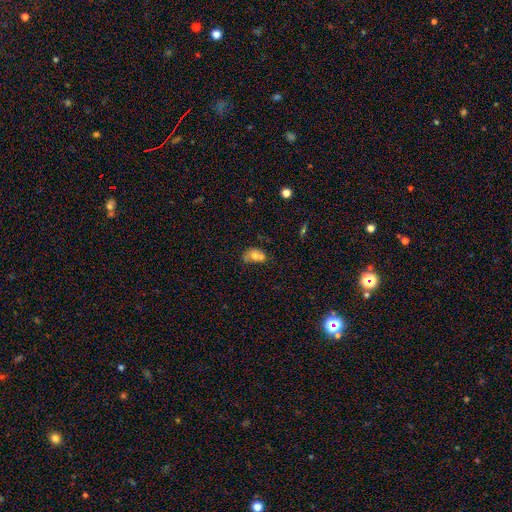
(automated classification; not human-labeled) A smooth galaxy with no disk features (67%) that is in between round and cigar-shaped (62%). Merging: merger (47%).